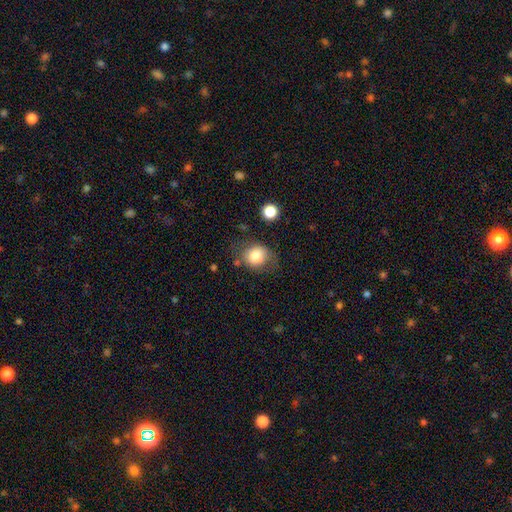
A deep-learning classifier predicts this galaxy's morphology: The model was most divided on "how rounded": round: 62%, in between: 37%, cigar-shaped: 1%. More confident: smooth or featured — smooth (78%); merging — none (63%).